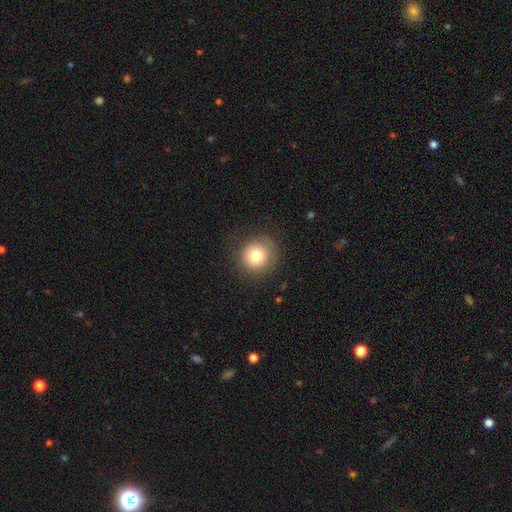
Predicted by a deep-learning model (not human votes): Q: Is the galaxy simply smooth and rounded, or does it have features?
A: smooth — 77%.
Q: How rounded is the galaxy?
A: round — 93%.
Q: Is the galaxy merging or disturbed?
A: none — 84%.